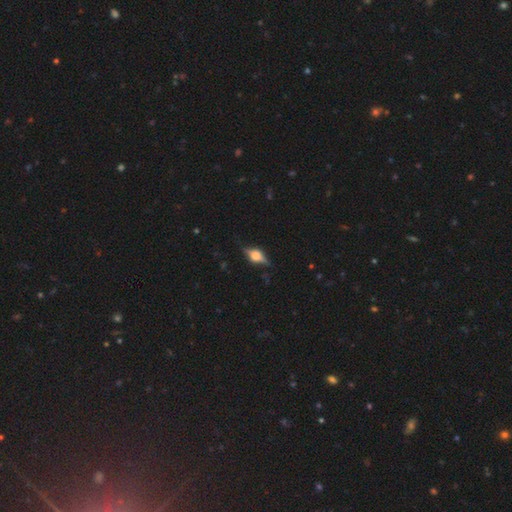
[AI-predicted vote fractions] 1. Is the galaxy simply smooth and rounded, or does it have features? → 69% featured or disk, 23% smooth, 8% star or artifact.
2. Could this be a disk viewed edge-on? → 95% yes, 5% no.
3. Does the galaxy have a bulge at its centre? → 90% rounded, 9% boxy, 1% none.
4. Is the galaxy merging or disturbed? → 81% none, 14% minor disturbance, 4% major disturbance, 1% merger.